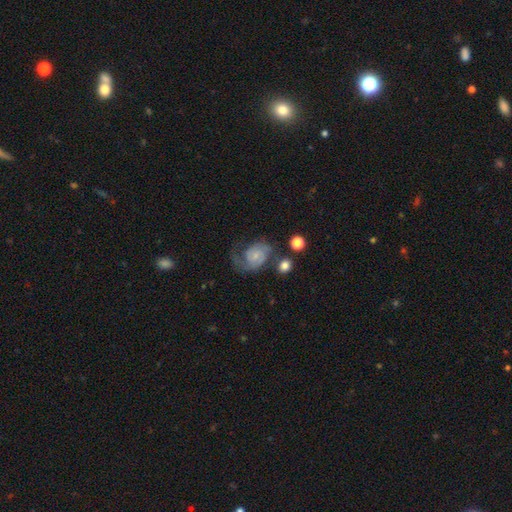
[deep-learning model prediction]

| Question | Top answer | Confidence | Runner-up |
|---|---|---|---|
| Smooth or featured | featured or disk | 72% | smooth (21%) |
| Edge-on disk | no | 98% | yes (2%) |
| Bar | no | 68% | weak (28%) |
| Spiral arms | yes | 92% | no (8%) |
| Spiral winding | medium | 42% | tight (36%) |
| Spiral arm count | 2 | 54% | 1 (24%) |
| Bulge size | small | 68% | moderate (19%) |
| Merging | none | 42% | major disturbance (29%) |